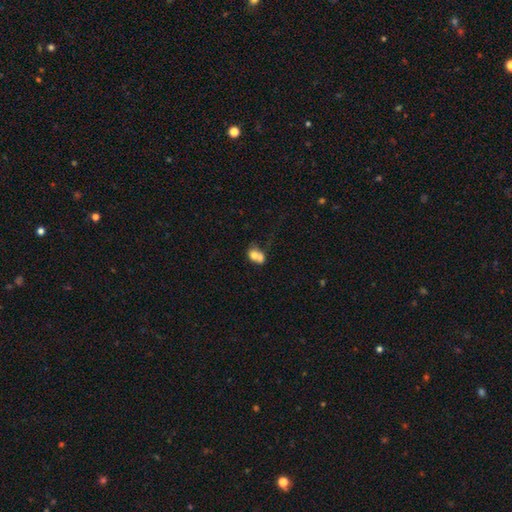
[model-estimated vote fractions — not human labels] smooth_or_featured: smooth (p=0.67) [alt: featured or disk p=0.23]
how_rounded: in between (p=0.50) [alt: round p=0.49]
merging: merger (p=0.63) [alt: none p=0.21]